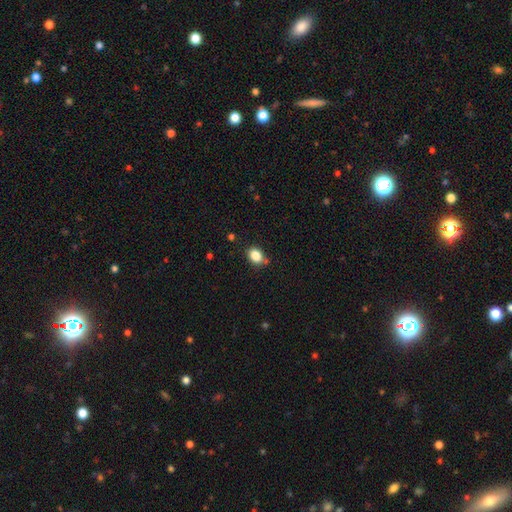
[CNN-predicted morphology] Smooth or featured? smooth (85%)
How rounded? in between (67%)
Merging? none (79%)